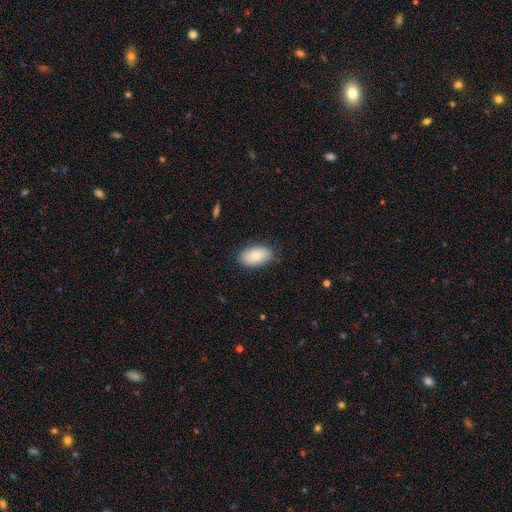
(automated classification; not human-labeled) The model was most divided on "merging": none: 83%, minor disturbance: 13%, major disturbance: 3%, merger: 1%. More confident: how rounded — in between (94%); smooth or featured — smooth (85%).